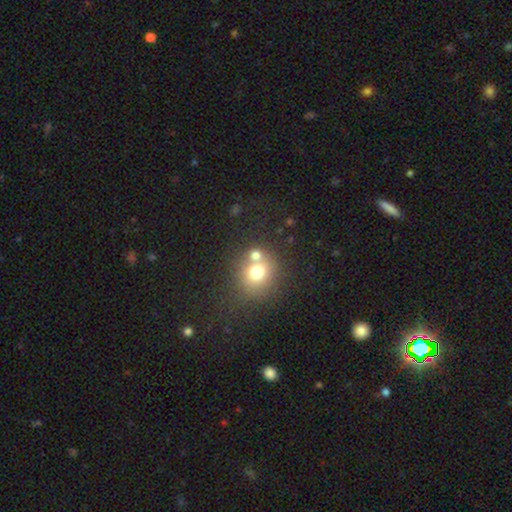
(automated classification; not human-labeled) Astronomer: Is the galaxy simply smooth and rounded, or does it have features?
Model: smooth — 70%.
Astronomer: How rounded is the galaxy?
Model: round — 80%.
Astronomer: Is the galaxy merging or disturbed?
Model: none — 48% (runner-up: merger, 39%).